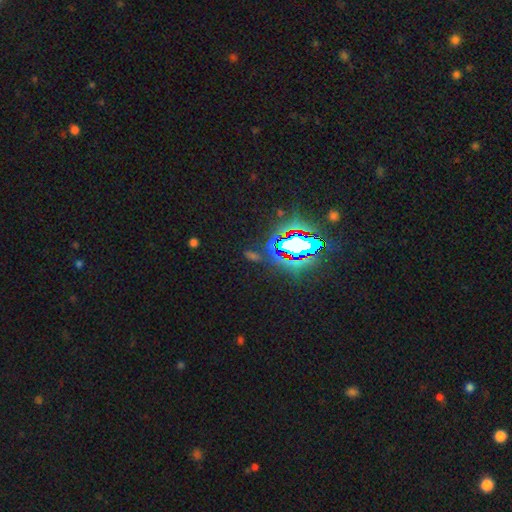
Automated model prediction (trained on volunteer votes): The model was most divided on "smooth or featured": star or artifact: 73%, smooth: 16%, featured or disk: 11%.